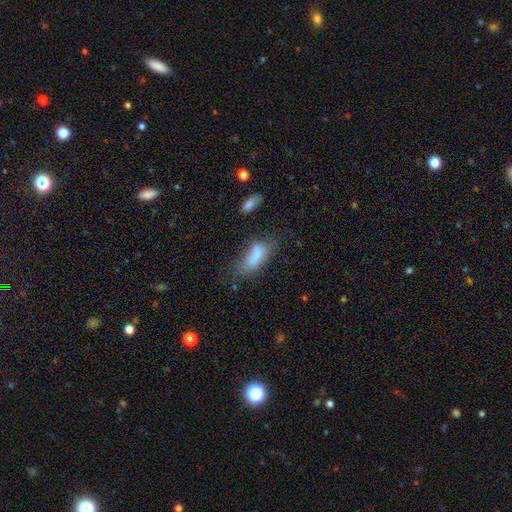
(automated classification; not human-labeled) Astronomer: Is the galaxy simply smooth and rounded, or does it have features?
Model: smooth — 72%.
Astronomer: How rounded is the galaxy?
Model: in between — 78%.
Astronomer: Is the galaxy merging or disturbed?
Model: none — 40% (runner-up: minor disturbance, 28%).